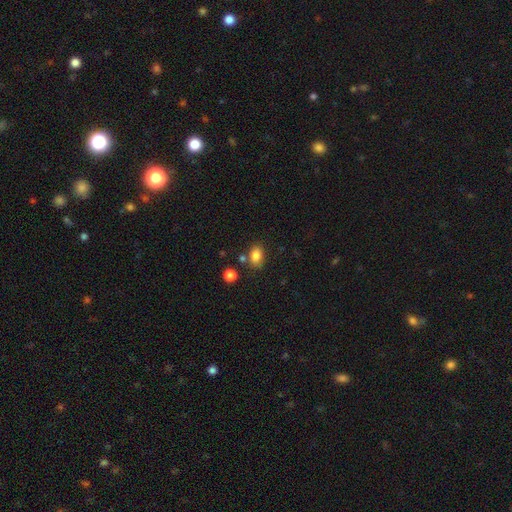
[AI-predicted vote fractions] Morphology: type=smooth (84%); roundness=in between (78%); merging=none (74%).